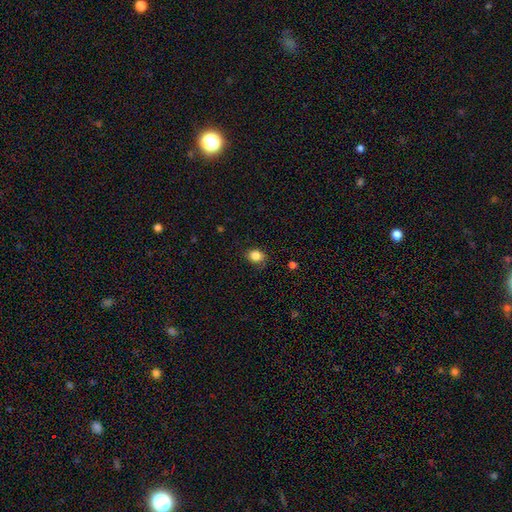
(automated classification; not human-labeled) Morphology: type=smooth (85%); roundness=round (54%); merging=none (78%).